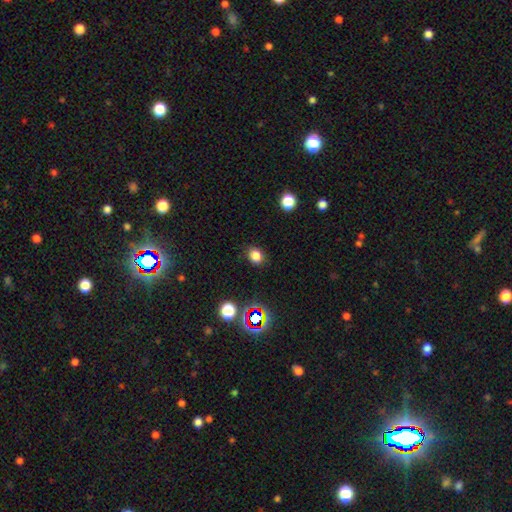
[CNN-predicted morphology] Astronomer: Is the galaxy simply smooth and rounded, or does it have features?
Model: smooth — 80%.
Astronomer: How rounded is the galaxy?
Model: round — 59% (runner-up: in between, 40%).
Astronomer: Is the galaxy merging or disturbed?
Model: none — 86%.